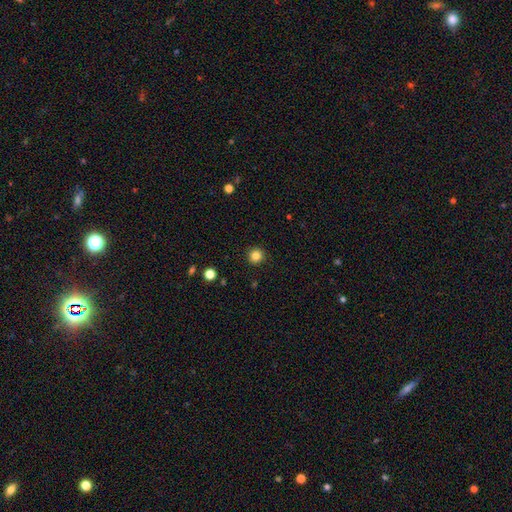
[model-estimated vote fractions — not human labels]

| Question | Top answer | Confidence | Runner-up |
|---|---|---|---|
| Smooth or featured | smooth | 84% | star or artifact (12%) |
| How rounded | round | 95% | in between (4%) |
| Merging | none | 93% | minor disturbance (5%) |